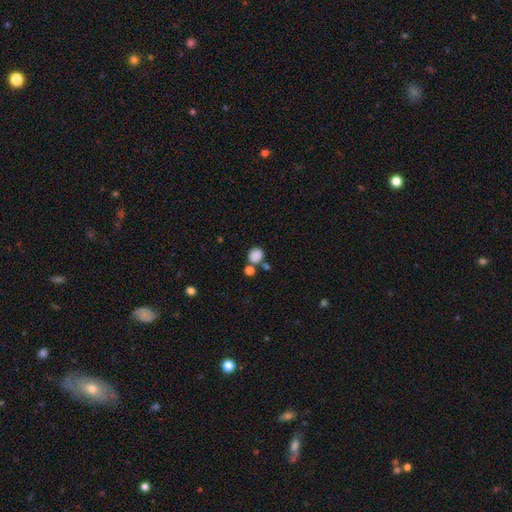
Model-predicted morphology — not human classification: Smooth or featured?
  - smooth: 84% *
  - star or artifact: 11%
  - featured or disk: 5%
How rounded?
  - round: 74% *
  - in between: 25%
  - cigar-shaped: 1%
Merging?
  - none: 61% *
  - merger: 23%
  - minor disturbance: 12%
  - major disturbance: 5%